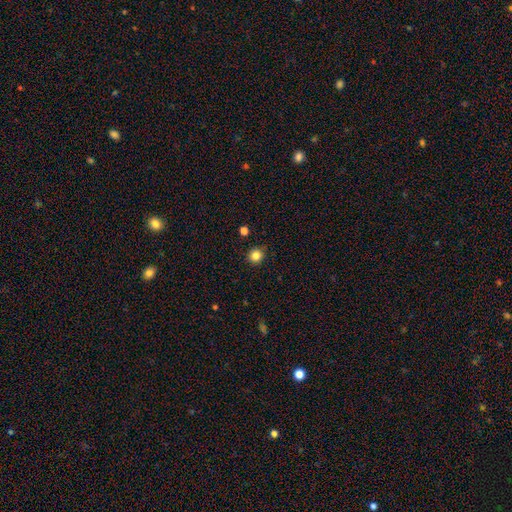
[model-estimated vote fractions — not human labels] Smooth or featured? smooth (83%)
How rounded? round (92%)
Merging? none (90%)